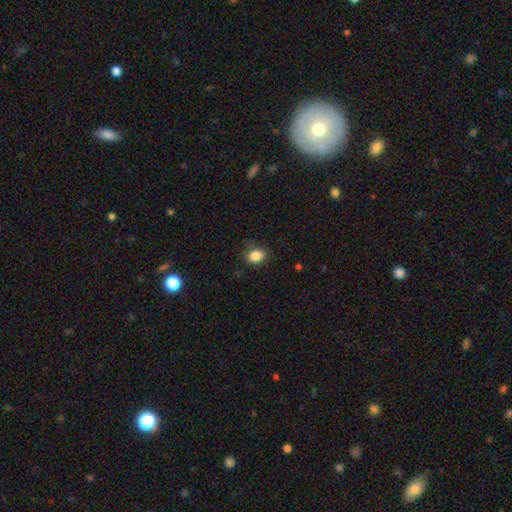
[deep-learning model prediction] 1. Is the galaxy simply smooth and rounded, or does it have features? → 85% smooth, 10% star or artifact, 5% featured or disk.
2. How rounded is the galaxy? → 62% in between, 37% round, 1% cigar-shaped.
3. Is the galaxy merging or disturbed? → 77% none, 18% minor disturbance, 4% major disturbance, 1% merger.